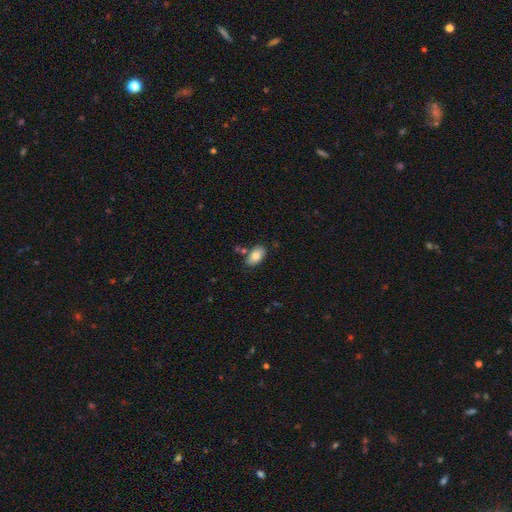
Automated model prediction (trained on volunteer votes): Overall: smooth (80%). How rounded: in between (93%). Merging: none (76%).